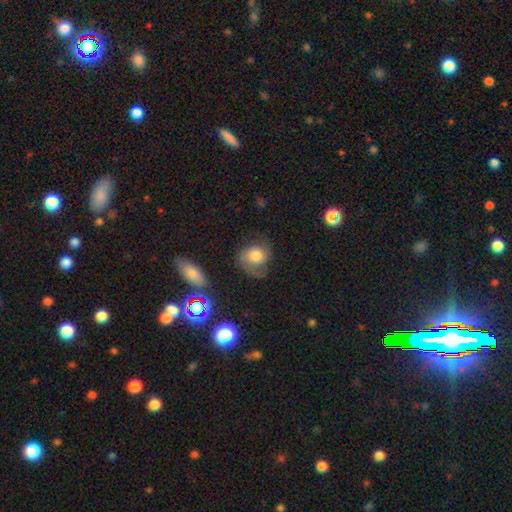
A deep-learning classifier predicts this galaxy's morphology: A featured or disk galaxy (50%).

Vote fractions:
- Smooth or featured? featured or disk: 50% / smooth: 41% / star or artifact: 10%
- Merging? none: 53% / minor disturbance: 23% / major disturbance: 21% / merger: 3%